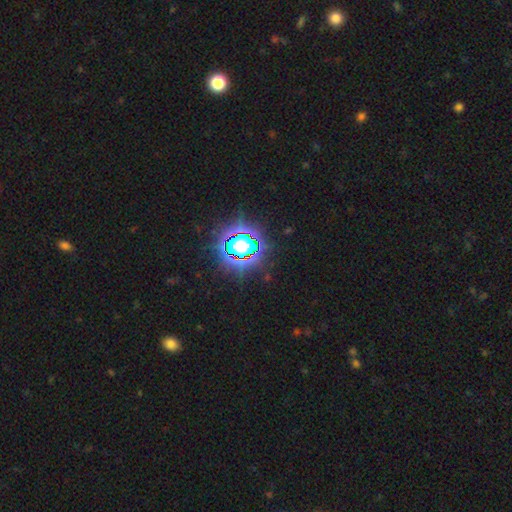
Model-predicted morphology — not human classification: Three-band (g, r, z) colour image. It shows a star or artifact, not a galaxy (79%).